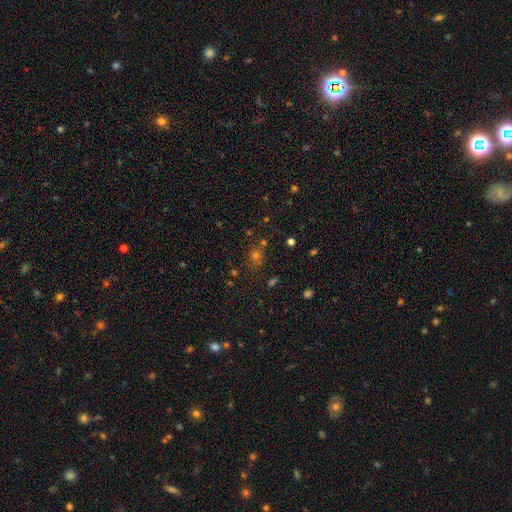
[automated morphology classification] A smooth galaxy with no disk features (51%) that is round (70%). Merging: none (73%).